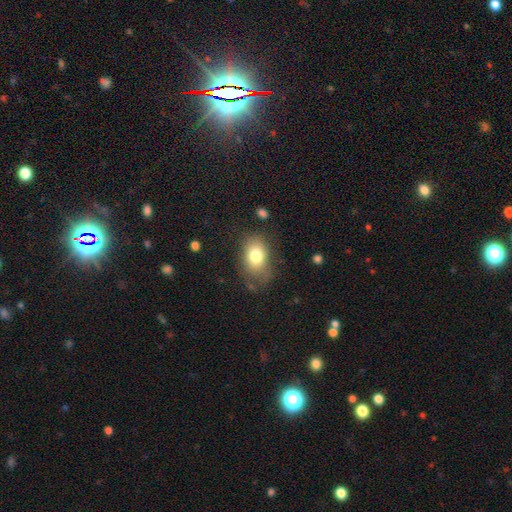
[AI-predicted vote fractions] This is likely a smooth galaxy (77%). How rounded: likely in between (78%). Merging: likely none (63%).